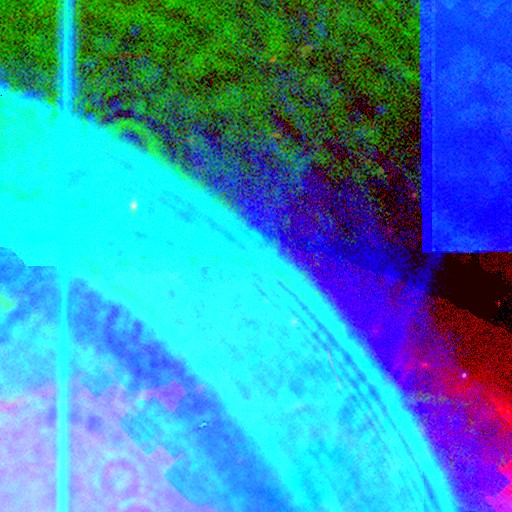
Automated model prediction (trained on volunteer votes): Smooth or featured? star or artifact (81%)